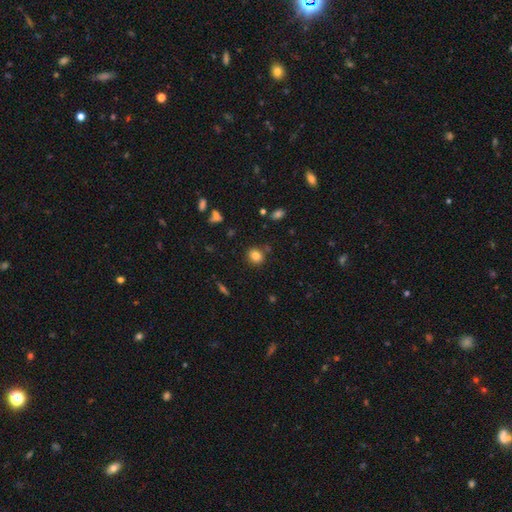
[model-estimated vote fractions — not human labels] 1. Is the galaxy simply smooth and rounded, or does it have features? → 82% smooth, 12% star or artifact, 7% featured or disk.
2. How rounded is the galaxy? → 75% round, 24% in between, 1% cigar-shaped.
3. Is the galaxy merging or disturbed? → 83% none, 9% minor disturbance, 4% merger, 3% major disturbance.